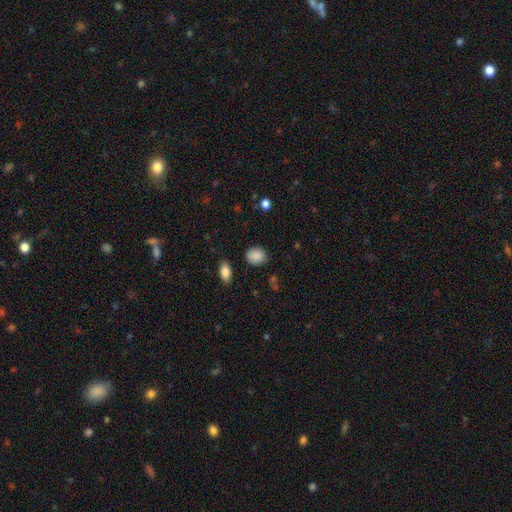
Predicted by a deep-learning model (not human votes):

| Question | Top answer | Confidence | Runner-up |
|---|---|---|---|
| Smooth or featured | smooth | 88% | star or artifact (8%) |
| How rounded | round | 61% | in between (38%) |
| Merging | none | 83% | minor disturbance (12%) |